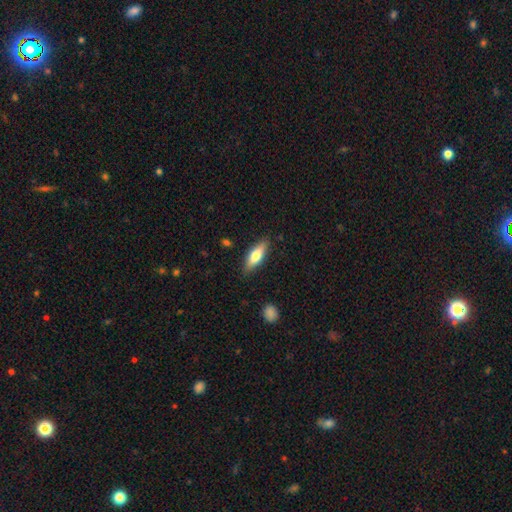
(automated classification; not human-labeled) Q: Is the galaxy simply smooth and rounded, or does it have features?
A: smooth — 66%.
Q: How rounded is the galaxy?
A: in between — 54%.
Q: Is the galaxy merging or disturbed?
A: none — 85%.